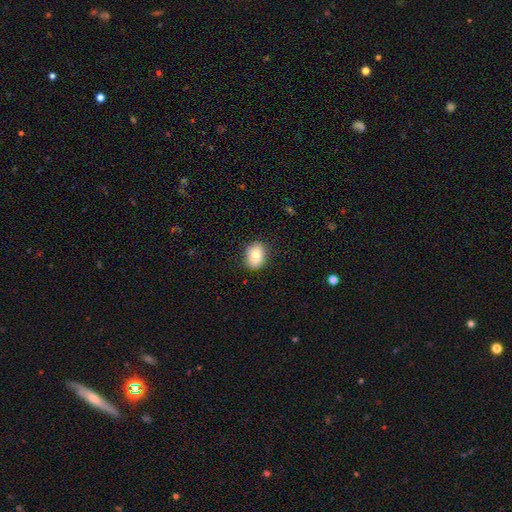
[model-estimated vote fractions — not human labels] Overall: smooth (79%). How rounded: in between (57%; round 42%). Merging: none (85%).